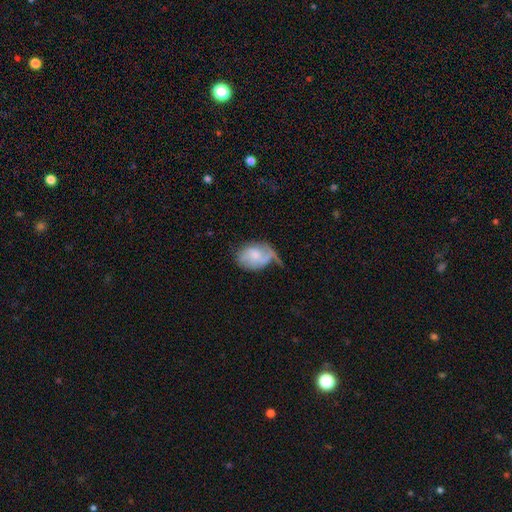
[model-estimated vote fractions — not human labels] smooth 53%, featured or disk 40%, star or artifact 8%. Down the decision tree: how rounded — in between (74%); merging — minor disturbance (34%).